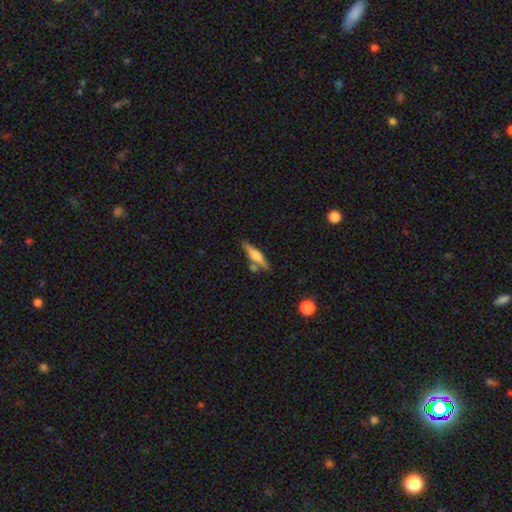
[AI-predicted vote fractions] This appears to be a smooth galaxy with no disk features (48%). Merging: none (71%).